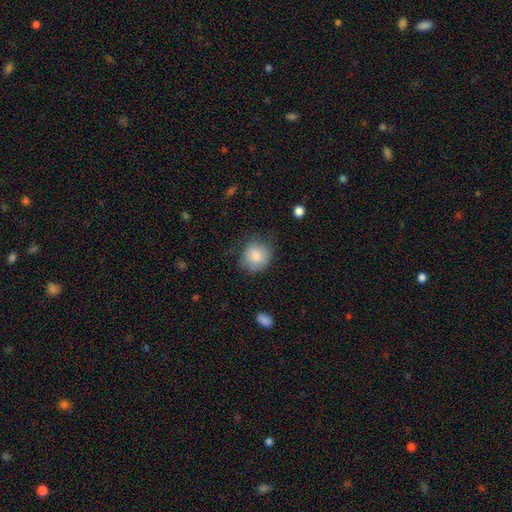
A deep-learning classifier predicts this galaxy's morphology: Overall: smooth (84%). How rounded: round (82%). Merging: none (68%).